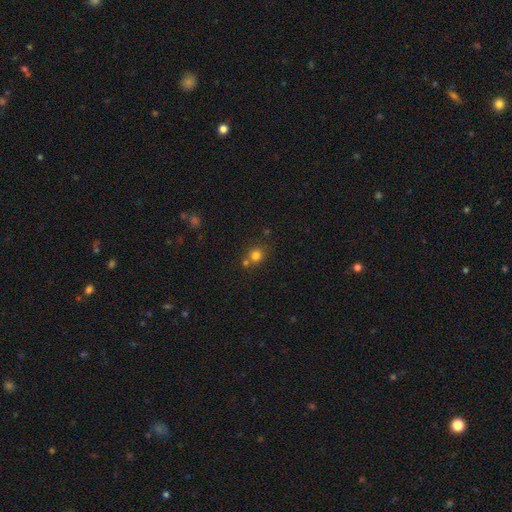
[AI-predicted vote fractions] smooth-or-featured: smooth: 78% | star or artifact: 14% | featured or disk: 8%
  how-rounded: round: 85% | in between: 14% | cigar-shaped: 1%
  merging: none: 59% | merger: 29% | minor disturbance: 9% | major disturbance: 3%